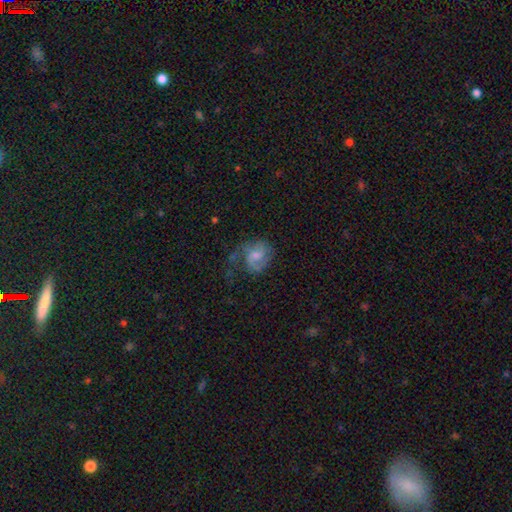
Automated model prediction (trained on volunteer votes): Smooth or featured? Predicted: featured or disk (p=0.57). Edge-on disk? Predicted: no (p=0.98). Bar? Predicted: no (p=0.54). Spiral arms? Predicted: yes (p=0.83). Bulge size? Predicted: moderate (p=0.45). Merging? Predicted: none (p=0.37).